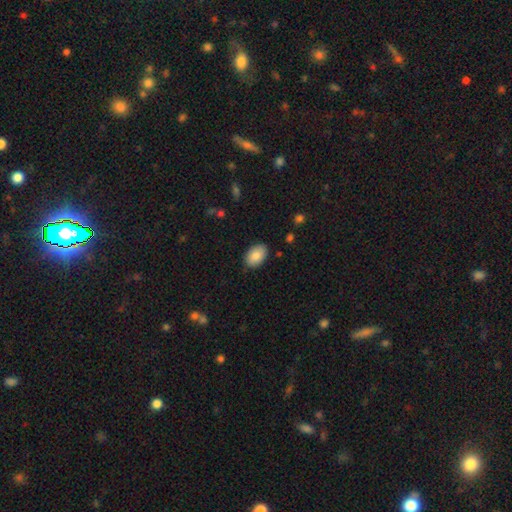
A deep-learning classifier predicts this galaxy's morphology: Smooth or featured? Predicted: smooth (p=0.85). How rounded? Predicted: in between (p=0.87). Merging? Predicted: none (p=0.86).